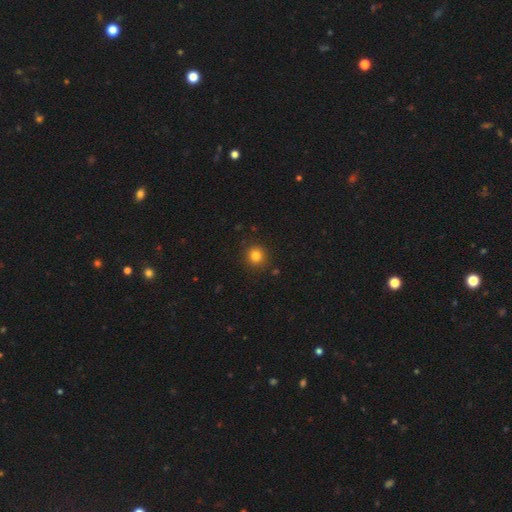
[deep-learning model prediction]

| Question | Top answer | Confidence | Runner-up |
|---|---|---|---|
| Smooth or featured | smooth | 82% | star or artifact (13%) |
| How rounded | round | 92% | in between (7%) |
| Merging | none | 90% | minor disturbance (7%) |